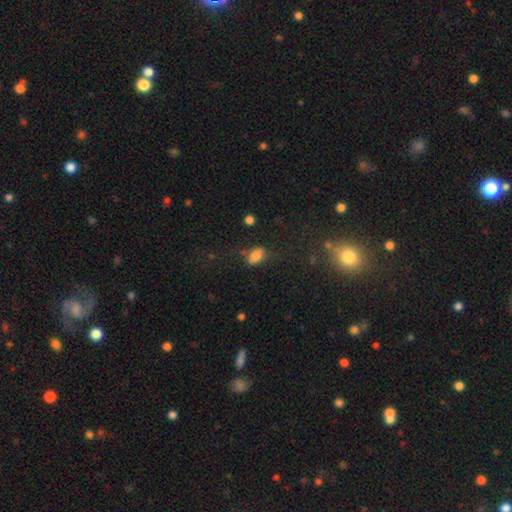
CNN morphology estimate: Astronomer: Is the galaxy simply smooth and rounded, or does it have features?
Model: smooth — 81%.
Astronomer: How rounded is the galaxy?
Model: in between — 87%.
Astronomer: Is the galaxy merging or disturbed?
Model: none — 58%.